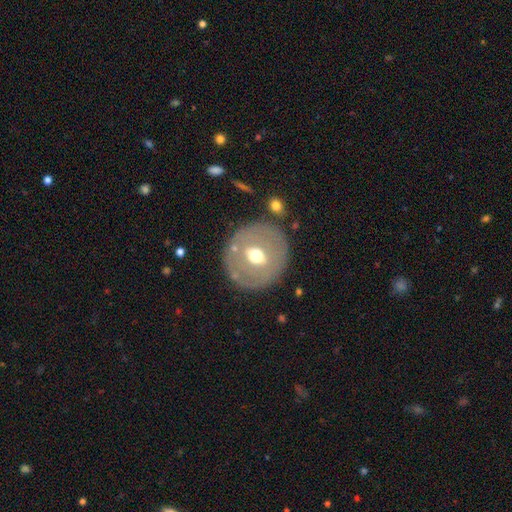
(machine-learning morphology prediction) Smooth or featured? featured or disk (52%)
Edge-on disk? no (89%)
Merging? none (82%)